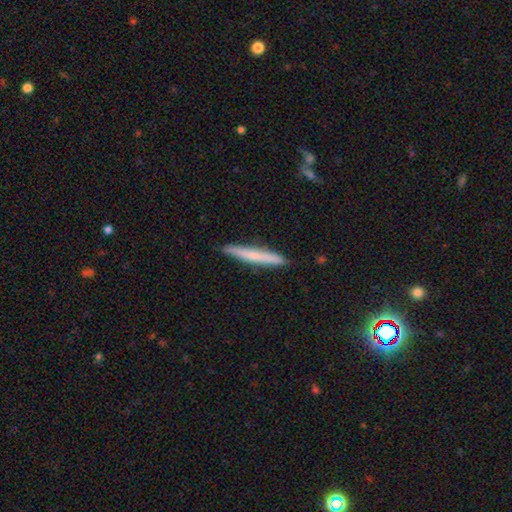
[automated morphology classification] A smooth galaxy with no disk features (66%) that is cigar-shaped (96%).

Vote fractions:
- Smooth or featured? smooth: 66% / featured or disk: 28% / star or artifact: 6%
- How rounded? cigar-shaped: 96% / in between: 3% / round: 1%
- Merging? none: 90% / minor disturbance: 7% / major disturbance: 1% / merger: 1%